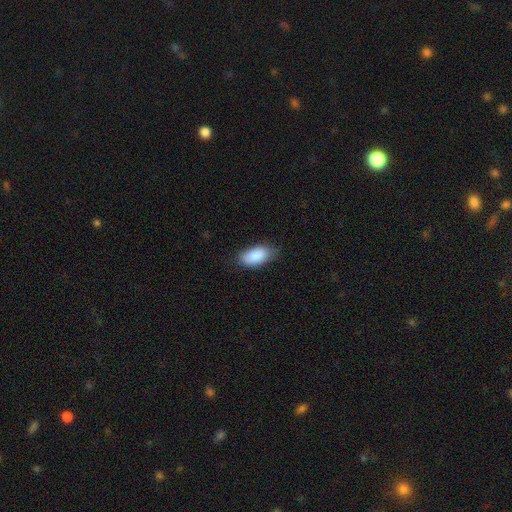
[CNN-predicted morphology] smooth_or_featured: smooth (p=0.88) [alt: star or artifact p=0.06]
how_rounded: in between (p=0.93) [alt: cigar-shaped p=0.05]
merging: none (p=0.74) [alt: minor disturbance p=0.21]